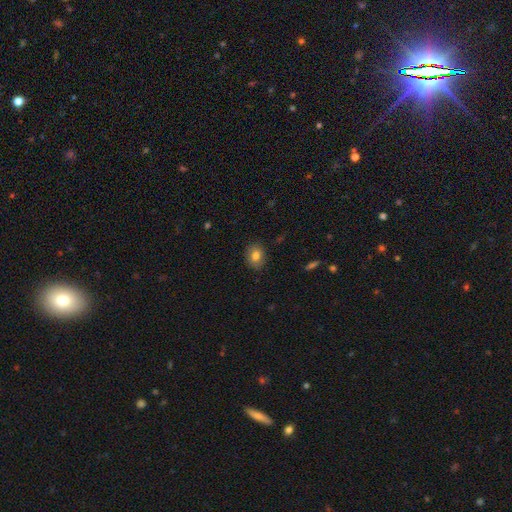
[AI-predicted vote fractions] Morphology: type=smooth (80%); roundness=round (52%); merging=none (87%).